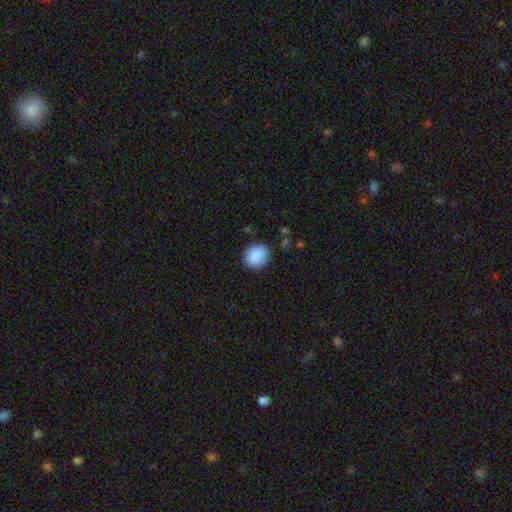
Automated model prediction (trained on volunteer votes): smooth 89%, star or artifact 7%, featured or disk 4%. Down the decision tree: how rounded — round (71%); merging — none (85%).